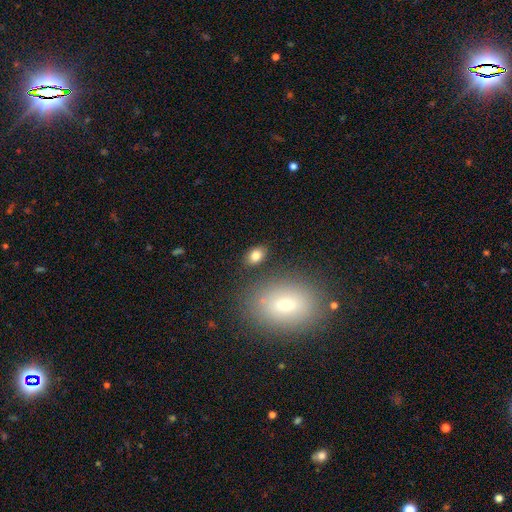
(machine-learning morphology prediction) Smooth or featured: smooth — 81% (star or artifact — 10%)
How rounded: in between — 85% (round — 14%)
Merging: none — 81% (minor disturbance — 10%)